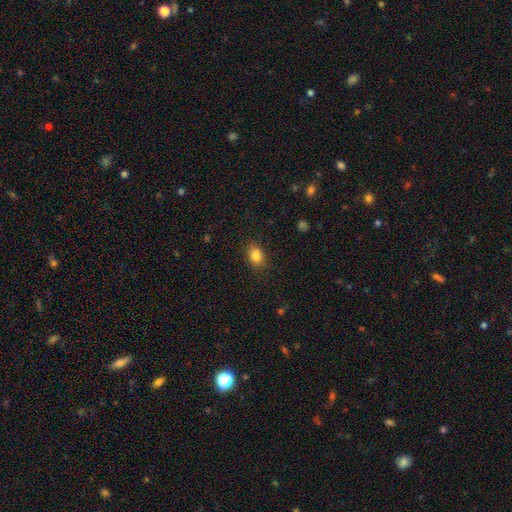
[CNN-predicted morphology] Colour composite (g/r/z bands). It shows a smooth galaxy with no disk features (83%) that is in between round and cigar-shaped (69%). Merging: none (80%).